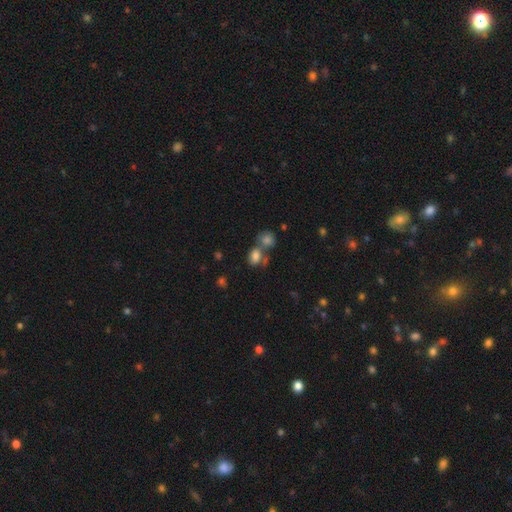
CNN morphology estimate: A smooth galaxy with no disk features (78%) that is in between round and cigar-shaped (73%).

Vote fractions:
- Smooth or featured? smooth: 78% / star or artifact: 11% / featured or disk: 11%
- How rounded? in between: 73% / round: 26% / cigar-shaped: 2%
- Merging? merger: 46% / none: 36% / minor disturbance: 12% / major disturbance: 6%